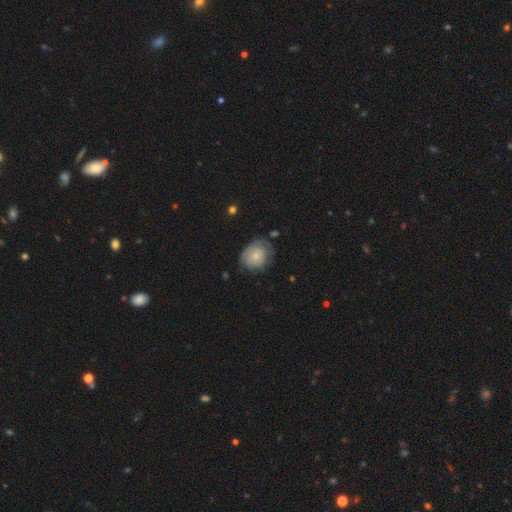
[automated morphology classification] Smooth or featured? smooth (58%)
How rounded? round (53%)
Merging? none (55%)